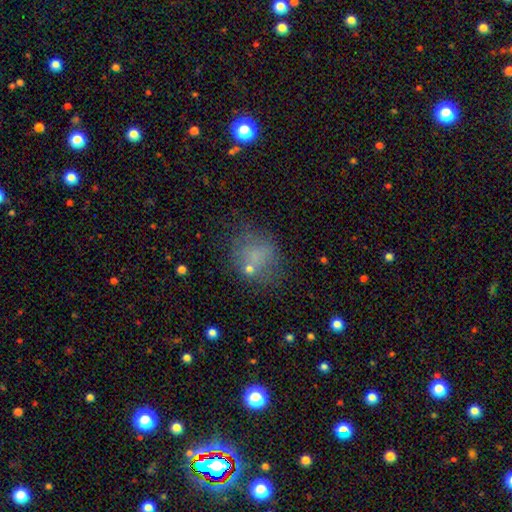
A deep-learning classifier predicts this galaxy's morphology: Smooth or featured: smooth — 63% (featured or disk — 19%)
How rounded: round — 69% (in between — 29%)
Merging: none — 59% (minor disturbance — 20%)